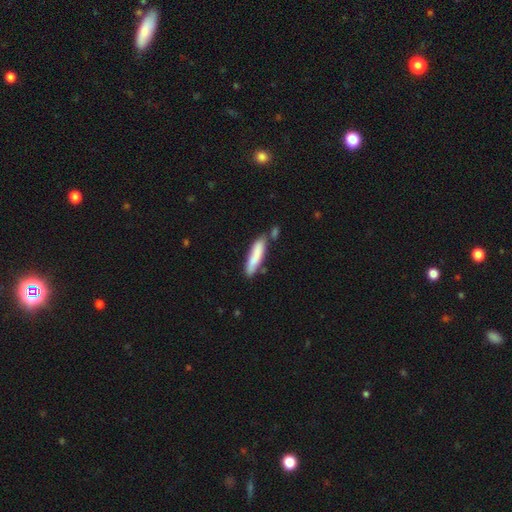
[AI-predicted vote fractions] The model was most divided on "merging": none: 63%, minor disturbance: 18%, merger: 14%, major disturbance: 4%. More confident: smooth or featured — smooth (80%); how rounded — cigar-shaped (77%).